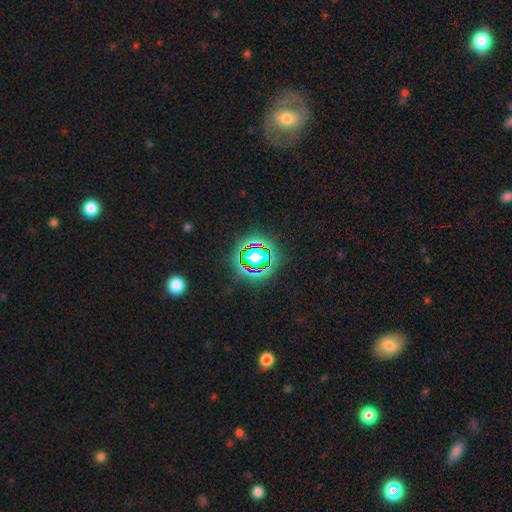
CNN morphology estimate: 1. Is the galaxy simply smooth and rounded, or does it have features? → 63% star or artifact, 23% smooth, 14% featured or disk.